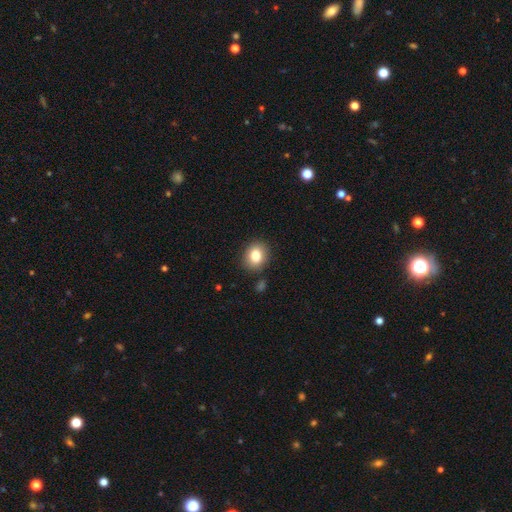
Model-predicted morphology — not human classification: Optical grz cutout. It shows a smooth galaxy with no disk features (82%) that is round (62%). Merging: none (85%).